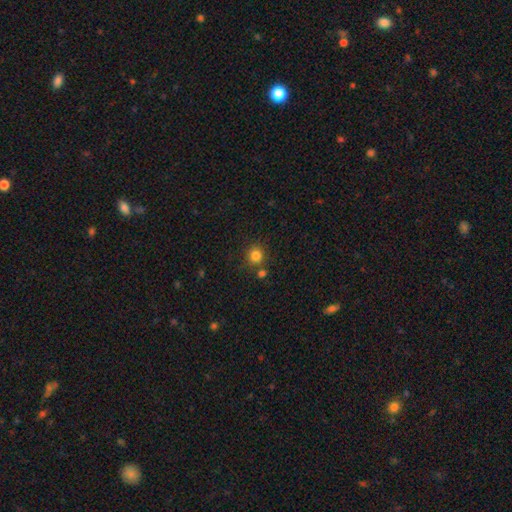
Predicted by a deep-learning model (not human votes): Smooth or featured? smooth (83%)
How rounded? round (91%)
Merging? none (79%)